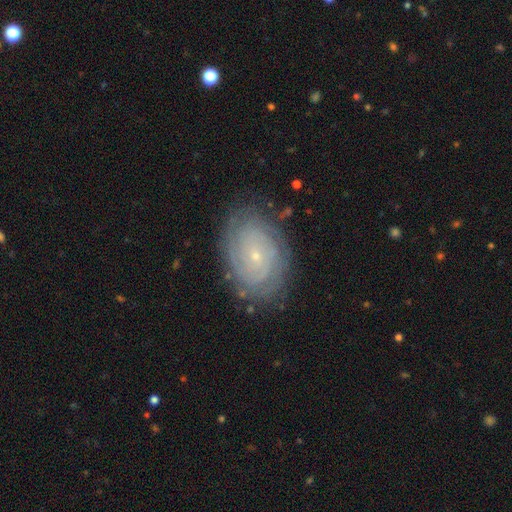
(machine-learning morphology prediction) The model was most divided on "spiral arm count": can't tell: 45%, 2: 19%, 4: 12%, 3: 11%, more than 4: 8%, 1: 6%. More confident: edge-on disk — no (96%); spiral arms — yes (93%); bulge size — small (86%); spiral winding — tight (83%); merging — none (81%); smooth or featured — featured or disk (78%); bar — no (77%).